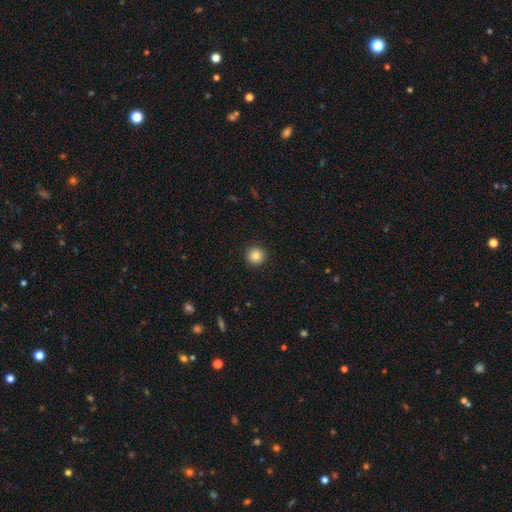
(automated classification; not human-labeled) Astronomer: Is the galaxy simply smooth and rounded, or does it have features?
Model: smooth — 84%.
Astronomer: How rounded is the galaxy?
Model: round — 96%.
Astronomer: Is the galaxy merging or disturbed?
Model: none — 93%.